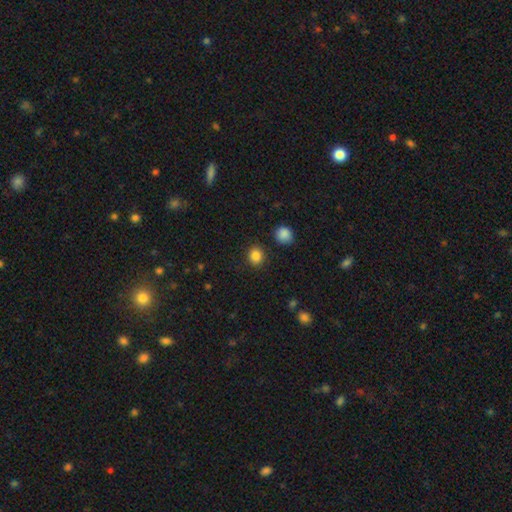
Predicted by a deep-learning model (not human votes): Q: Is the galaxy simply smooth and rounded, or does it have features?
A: smooth — 86%.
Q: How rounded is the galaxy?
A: round — 72%.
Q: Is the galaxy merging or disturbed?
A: none — 88%.